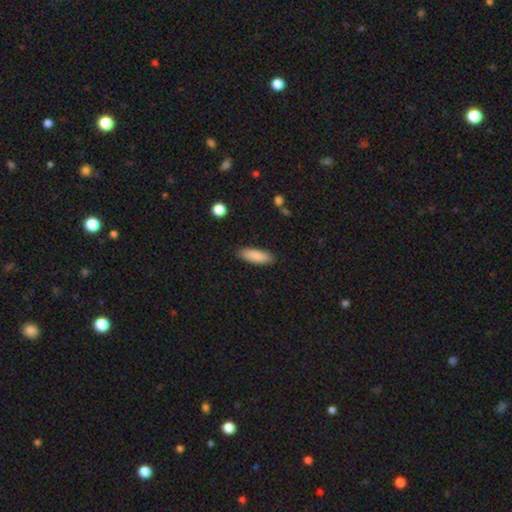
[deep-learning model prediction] smooth 88%, star or artifact 6%, featured or disk 6%. Down the decision tree: how rounded — in between (59%); merging — none (88%).